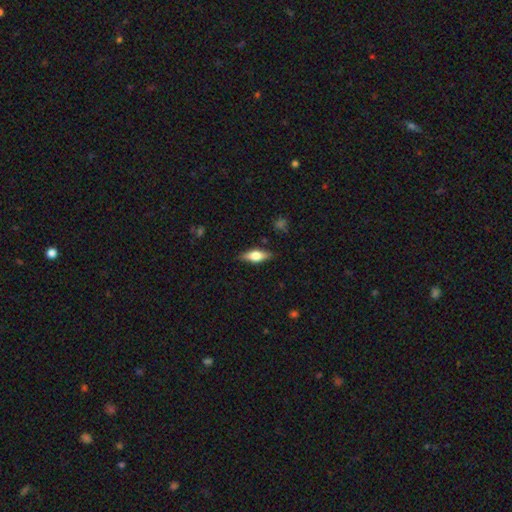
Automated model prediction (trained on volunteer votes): This is possibly a smooth galaxy (52%). How rounded: likely in between (67%). Merging: clearly none (84%).